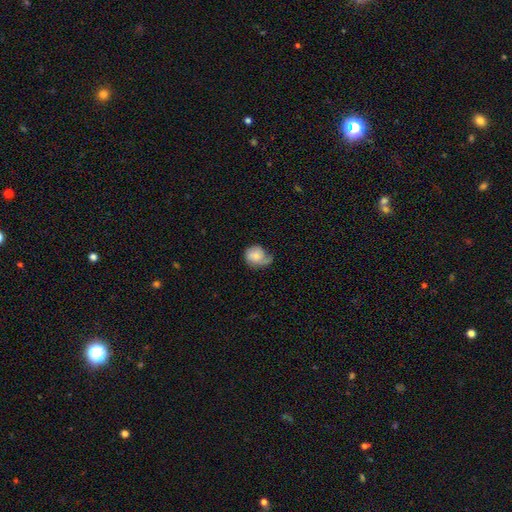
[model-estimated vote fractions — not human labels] A smooth galaxy with no disk features (55%) that is round (59%). Merging: minor disturbance (38%).